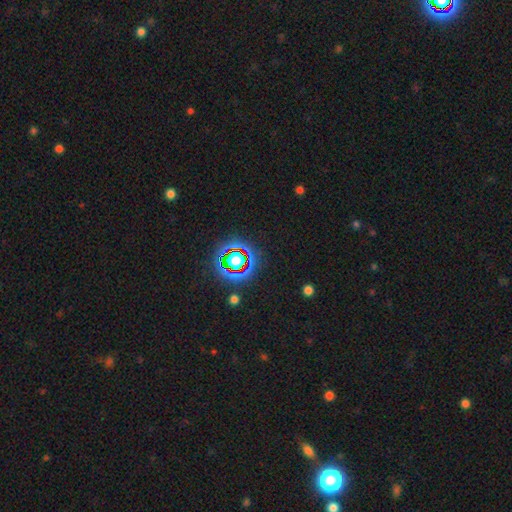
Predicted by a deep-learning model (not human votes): Q: Smooth or featured?
A: star or artifact (79%); runner-up: smooth (12%)